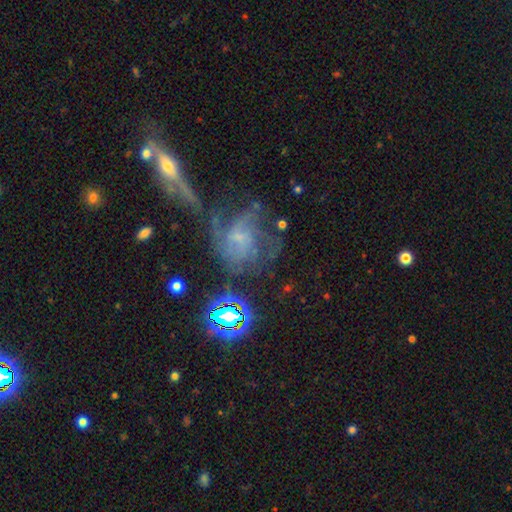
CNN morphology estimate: This appears to be a featured or disk galaxy (57%) with no bar (66%), spiral arms (80%) and a small central bulge (57%). Merging: none (46%).